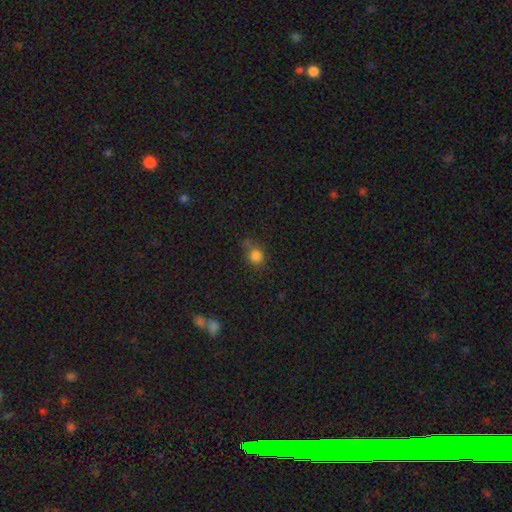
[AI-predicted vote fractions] A smooth galaxy with no disk features (80%) that is round (78%).

Vote fractions:
- Smooth or featured? smooth: 80% / star or artifact: 14% / featured or disk: 5%
- How rounded? round: 78% / in between: 21% / cigar-shaped: 1%
- Merging? none: 60% / minor disturbance: 23% / major disturbance: 9% / merger: 9%